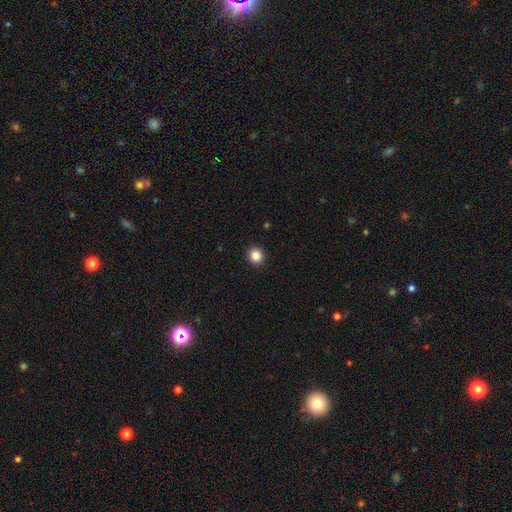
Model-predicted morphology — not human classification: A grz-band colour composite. It shows a smooth galaxy with no disk features (86%) that is round (90%). Merging: none (93%).